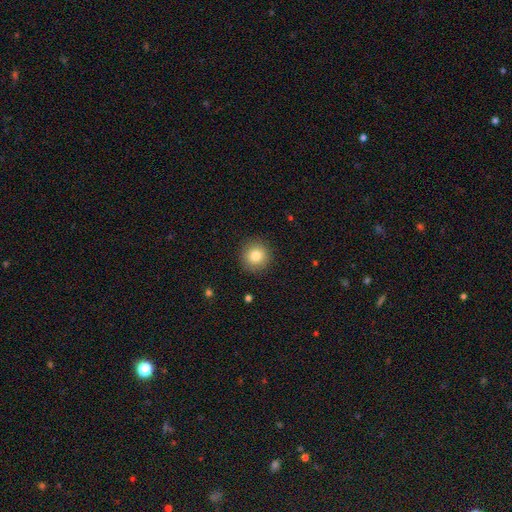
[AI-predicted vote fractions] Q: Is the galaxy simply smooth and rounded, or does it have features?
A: smooth — 82%.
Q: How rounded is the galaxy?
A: round — 92%.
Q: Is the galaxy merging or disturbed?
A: none — 91%.